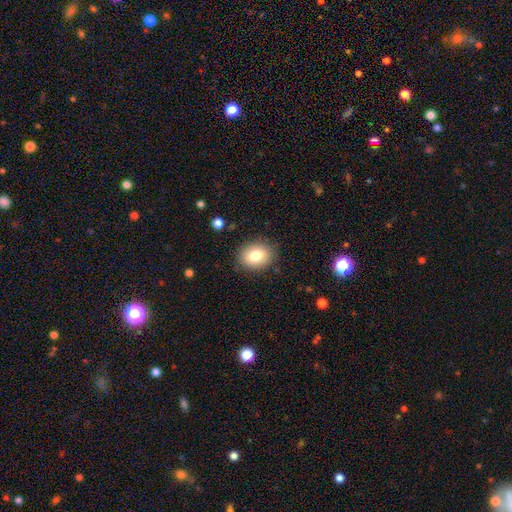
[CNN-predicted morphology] Q: Smooth or featured?
A: smooth (80%); runner-up: featured or disk (11%)
Q: How rounded?
A: in between (55%); runner-up: round (44%)
Q: Merging?
A: none (86%); runner-up: minor disturbance (10%)